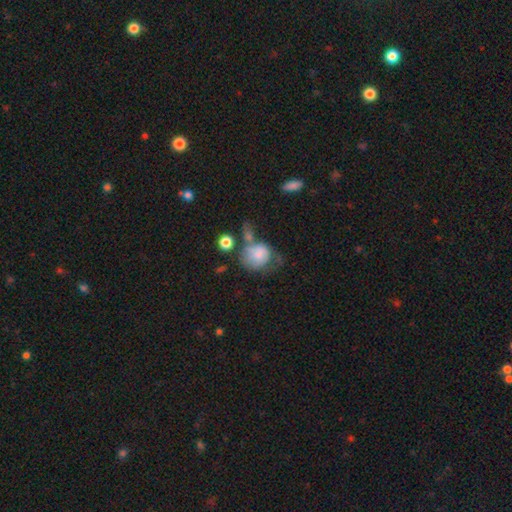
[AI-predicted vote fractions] Smooth or featured? smooth (72%)
How rounded? round (64%)
Merging? none (28%)